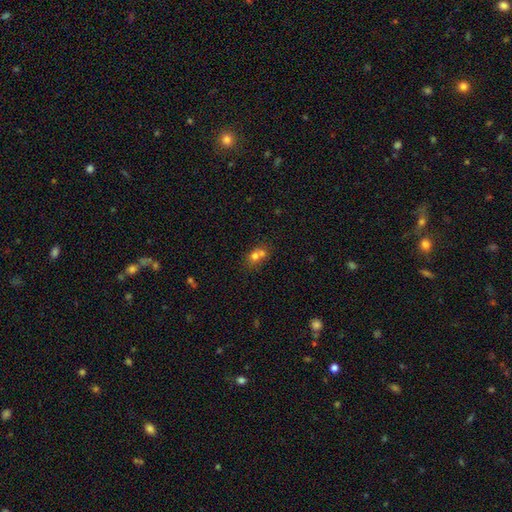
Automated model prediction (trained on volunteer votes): A smooth galaxy with no disk features (69%) that is round (64%). Merging: merger (59%).